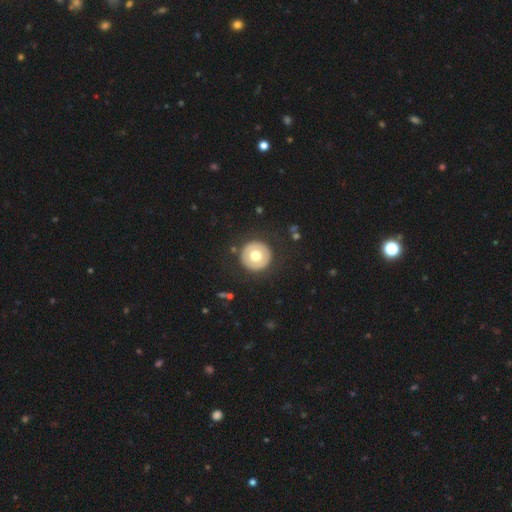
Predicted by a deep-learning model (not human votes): Smooth or featured?
  - smooth: 61% *
  - featured or disk: 31%
  - star or artifact: 8%
How rounded?
  - round: 96% *
  - in between: 3%
  - cigar-shaped: 1%
Merging?
  - none: 89% *
  - minor disturbance: 6%
  - major disturbance: 3%
  - merger: 1%